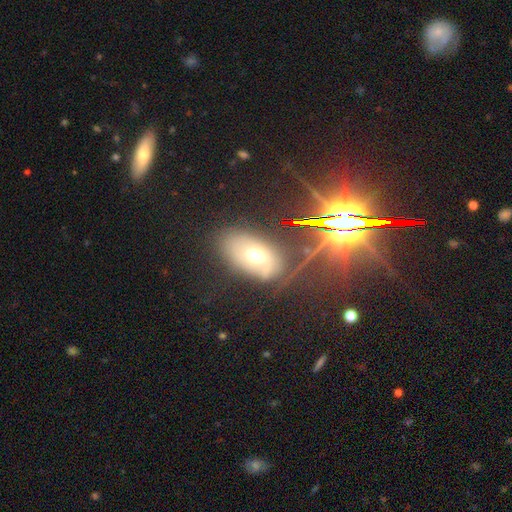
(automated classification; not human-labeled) This appears to be a smooth galaxy with no disk features (46%). Merging: none (71%).